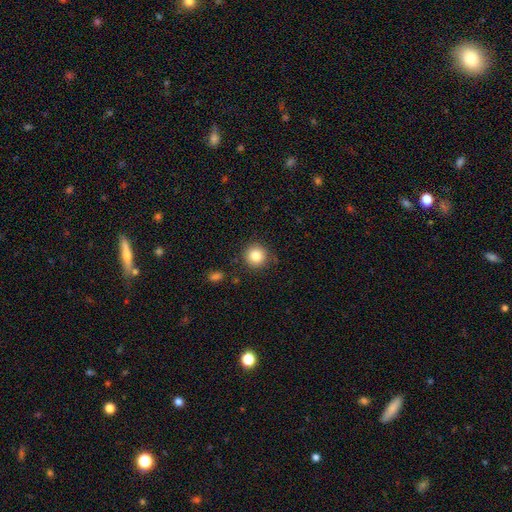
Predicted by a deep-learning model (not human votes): Smooth or featured? Predicted: smooth (p=0.83). How rounded? Predicted: round (p=0.94). Merging? Predicted: none (p=0.86).